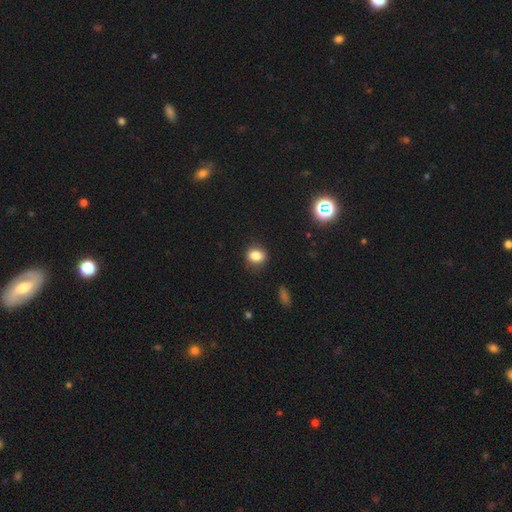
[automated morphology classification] smooth-or-featured: smooth: 82% | star or artifact: 11% | featured or disk: 7%
  how-rounded: round: 53% | in between: 46% | cigar-shaped: 2%
  merging: none: 84% | minor disturbance: 11% | major disturbance: 3% | merger: 1%